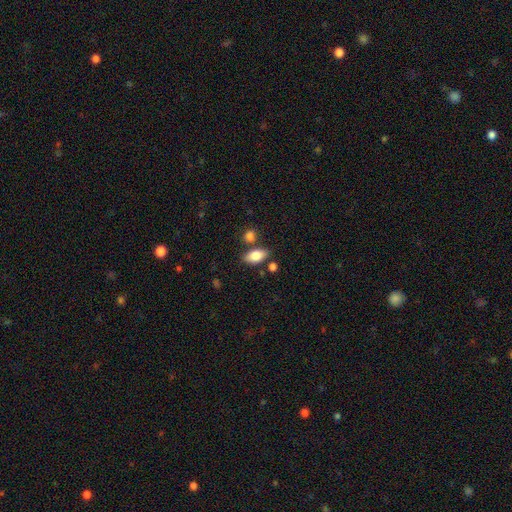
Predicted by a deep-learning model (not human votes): Morphology: type=smooth (81%); roundness=in between (90%); merging=none (74%).